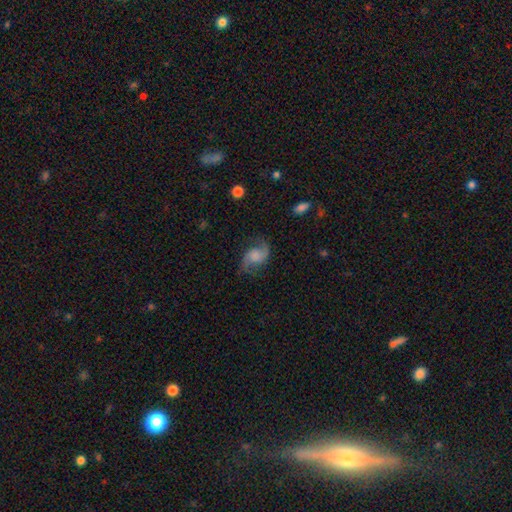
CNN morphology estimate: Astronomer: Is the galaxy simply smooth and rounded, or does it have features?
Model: featured or disk — 76%.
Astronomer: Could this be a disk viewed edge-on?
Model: no — 98%.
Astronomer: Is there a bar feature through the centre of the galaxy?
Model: no — 61%.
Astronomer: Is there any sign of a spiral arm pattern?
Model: yes — 95%.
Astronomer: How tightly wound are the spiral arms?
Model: loose — 60%.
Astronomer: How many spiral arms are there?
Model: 2 — 92%.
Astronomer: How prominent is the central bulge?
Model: none — 46%.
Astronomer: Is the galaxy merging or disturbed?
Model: none — 72%.